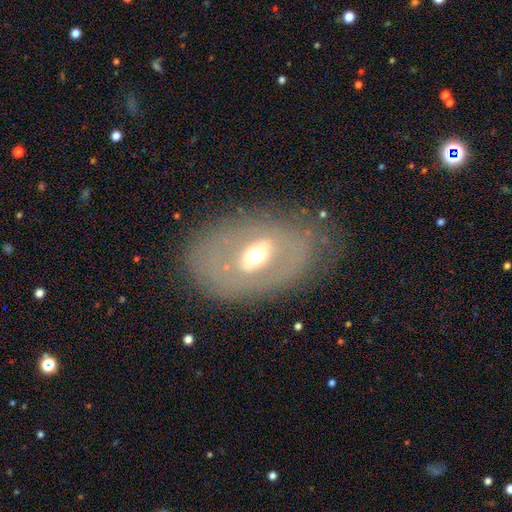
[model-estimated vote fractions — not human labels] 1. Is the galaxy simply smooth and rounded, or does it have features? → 60% featured or disk, 30% smooth, 9% star or artifact.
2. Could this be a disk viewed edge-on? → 86% no, 14% yes.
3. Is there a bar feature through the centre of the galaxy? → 36% strong, 33% weak, 31% no.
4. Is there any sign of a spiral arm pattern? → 86% no, 14% yes.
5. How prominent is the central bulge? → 64% moderate, 19% large, 14% small, 3% dominant, 1% none.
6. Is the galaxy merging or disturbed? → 75% none, 13% minor disturbance, 9% major disturbance, 2% merger.